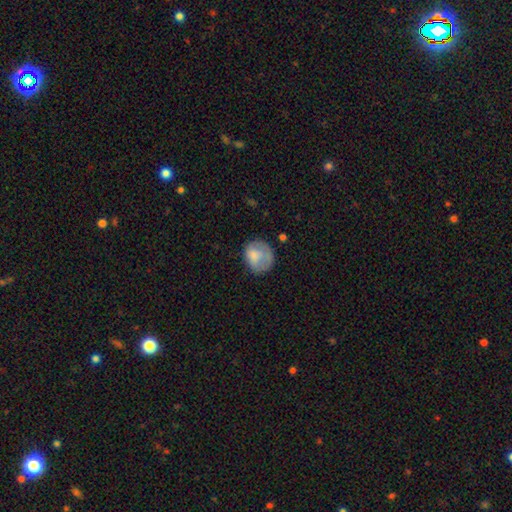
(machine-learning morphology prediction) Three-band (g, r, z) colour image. It shows a smooth galaxy with no disk features (75%) that is round (71%). Merging: none (55%).